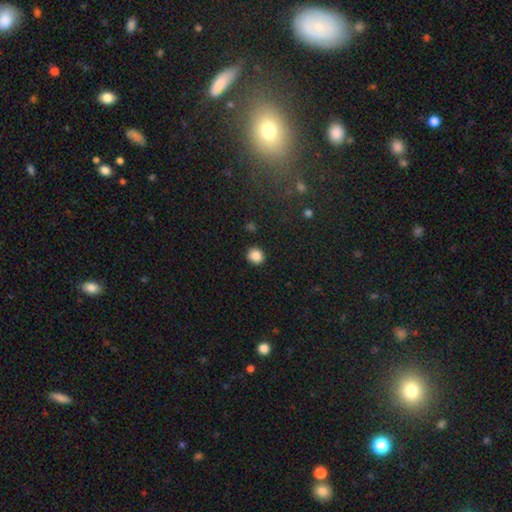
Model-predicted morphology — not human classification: A smooth galaxy with no disk features (86%) that is round (82%). Merging: none (89%).